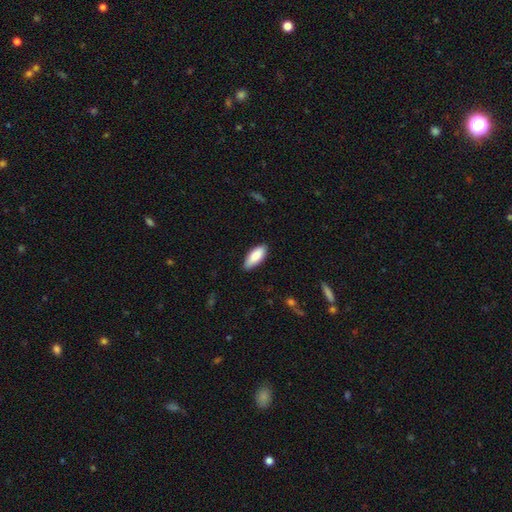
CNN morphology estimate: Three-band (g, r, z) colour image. It shows a smooth galaxy with no disk features (87%) that is in between round and cigar-shaped (82%). Merging: none (84%).